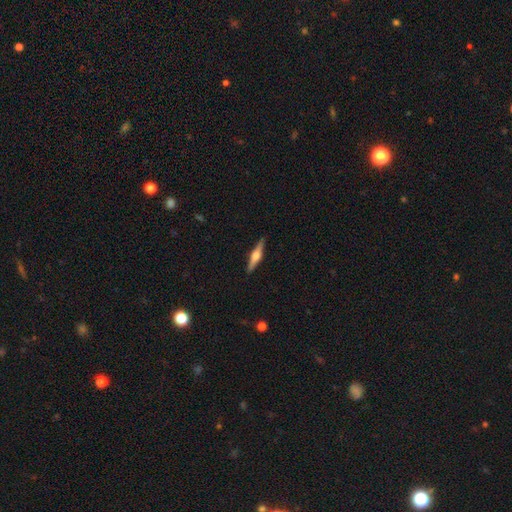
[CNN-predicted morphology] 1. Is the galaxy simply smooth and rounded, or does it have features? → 69% featured or disk, 25% smooth, 5% star or artifact.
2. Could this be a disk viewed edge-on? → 98% yes, 2% no.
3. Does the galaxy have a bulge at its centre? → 91% rounded, 6% boxy, 3% none.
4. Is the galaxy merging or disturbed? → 91% none, 7% minor disturbance, 1% major disturbance, 1% merger.